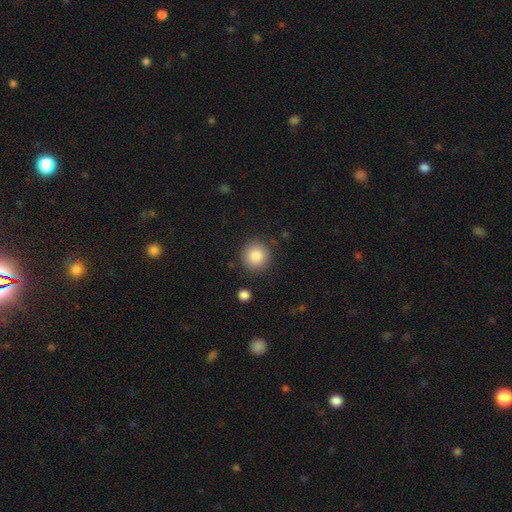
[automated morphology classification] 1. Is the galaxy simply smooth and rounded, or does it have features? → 87% smooth, 8% star or artifact, 5% featured or disk.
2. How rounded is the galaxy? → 92% round, 7% in between, 1% cigar-shaped.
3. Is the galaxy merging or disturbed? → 87% none, 8% minor disturbance, 3% major disturbance, 2% merger.